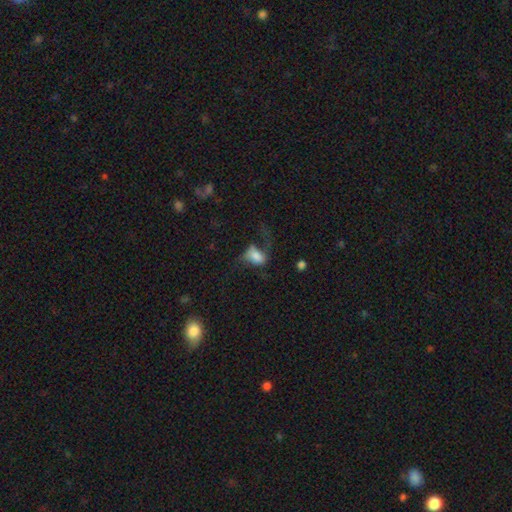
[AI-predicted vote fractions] Smooth or featured? smooth (64%)
How rounded? in between (82%)
Merging? major disturbance (52%)